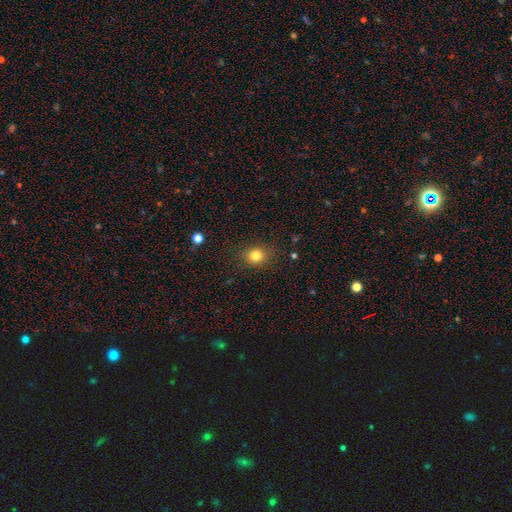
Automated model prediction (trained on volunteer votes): Smooth or featured? smooth (82%)
How rounded? round (72%)
Merging? none (87%)